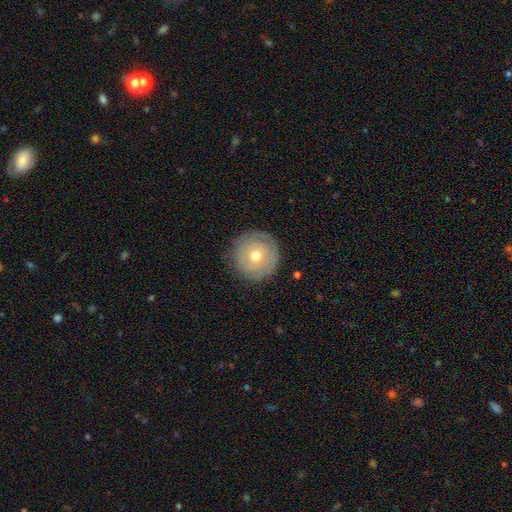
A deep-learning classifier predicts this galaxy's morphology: smooth_or_featured: smooth (p=0.57) [alt: featured or disk p=0.34]
how_rounded: round (p=0.96) [alt: in between p=0.03]
merging: none (p=0.85) [alt: minor disturbance p=0.11]